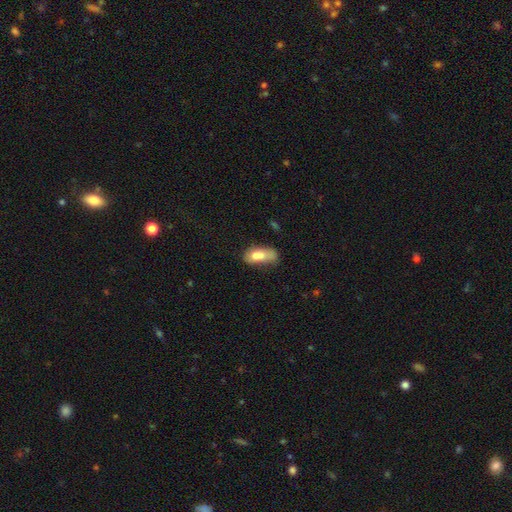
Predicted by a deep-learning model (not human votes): The model was most divided on "merging": none: 32%, minor disturbance: 29%, merger: 20%, major disturbance: 19%. More confident: how rounded — in between (79%); smooth or featured — smooth (72%).